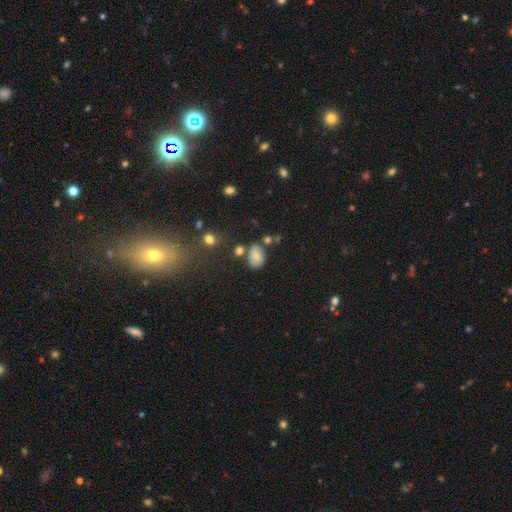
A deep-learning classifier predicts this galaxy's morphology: Smooth or featured? Predicted: smooth (p=0.75). How rounded? Predicted: in between (p=0.79). Merging? Predicted: none (p=0.58).